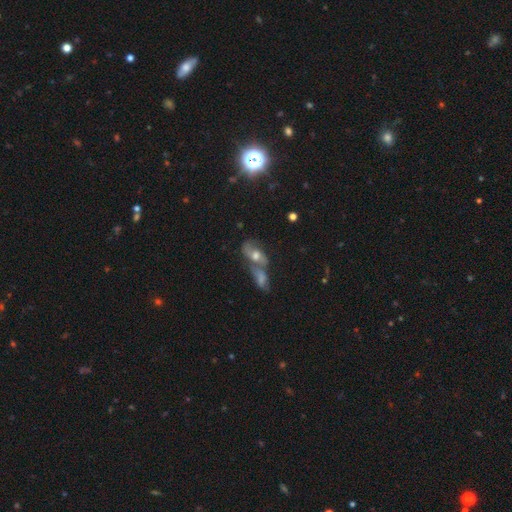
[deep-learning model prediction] Smooth or featured? featured or disk (49%)
Merging? merger (62%)